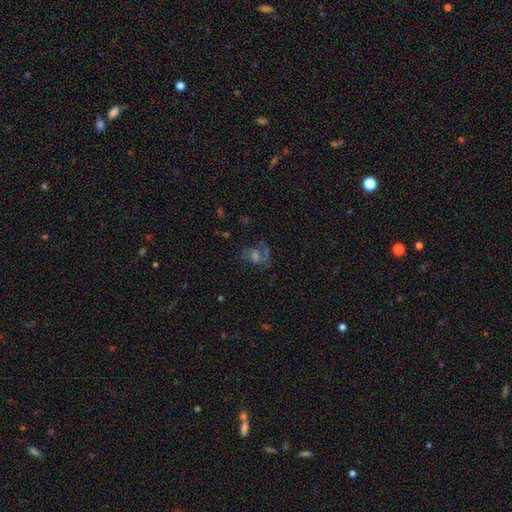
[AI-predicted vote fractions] Smooth or featured? featured or disk (54%)
Edge-on disk? no (97%)
Bar? no (61%)
Spiral arms? yes (77%)
Bulge size? moderate (40%)
Merging? none (53%)